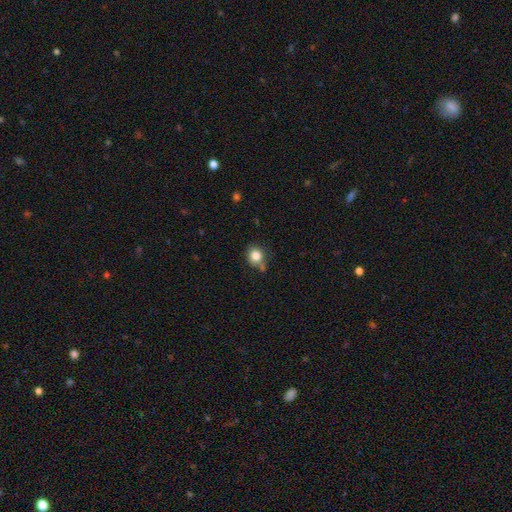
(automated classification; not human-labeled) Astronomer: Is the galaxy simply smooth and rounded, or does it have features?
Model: smooth — 83%.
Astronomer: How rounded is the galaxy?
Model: round — 79%.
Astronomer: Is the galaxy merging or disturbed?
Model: none — 67%.